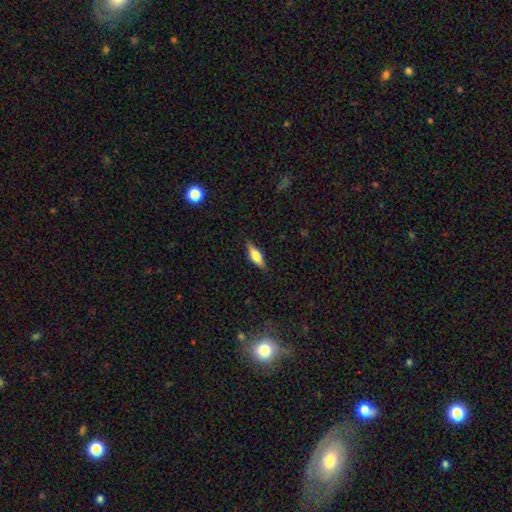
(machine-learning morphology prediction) smooth 61%, featured or disk 33%, star or artifact 7%. Down the decision tree: how rounded — in between (54%); merging — none (85%).